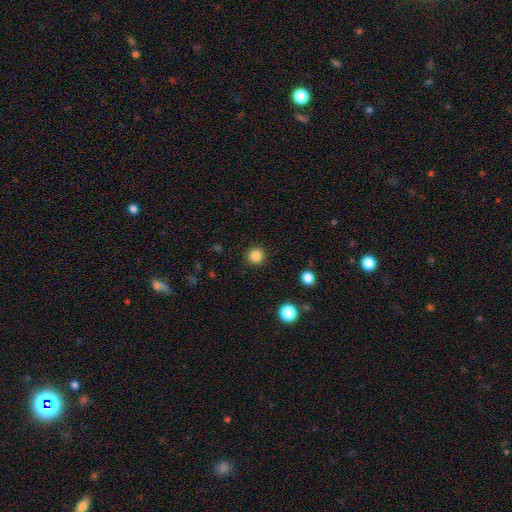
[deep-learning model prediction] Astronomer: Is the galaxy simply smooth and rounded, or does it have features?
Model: smooth — 85%.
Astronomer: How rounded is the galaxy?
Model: round — 95%.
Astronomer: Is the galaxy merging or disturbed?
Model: none — 92%.